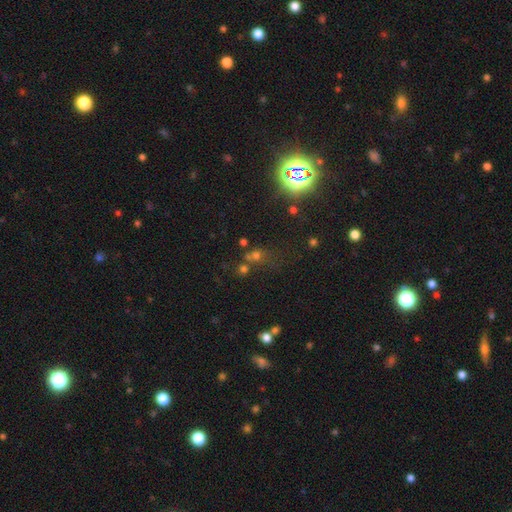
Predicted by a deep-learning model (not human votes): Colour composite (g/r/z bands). It shows a star or artifact, not a galaxy (49%).